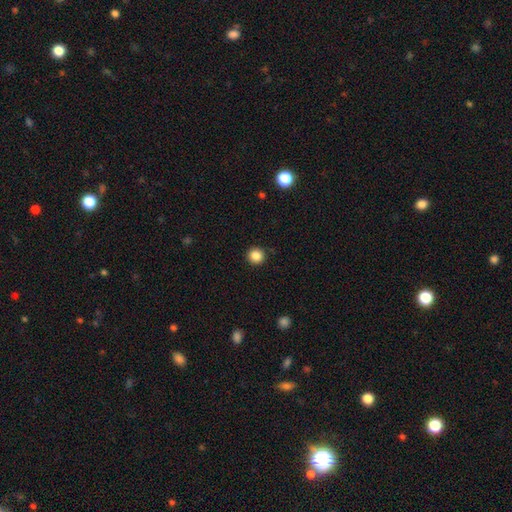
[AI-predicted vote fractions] smooth_or_featured: smooth (p=0.85) [alt: star or artifact p=0.11]
how_rounded: round (p=0.94) [alt: in between p=0.05]
merging: none (p=0.92) [alt: minor disturbance p=0.05]